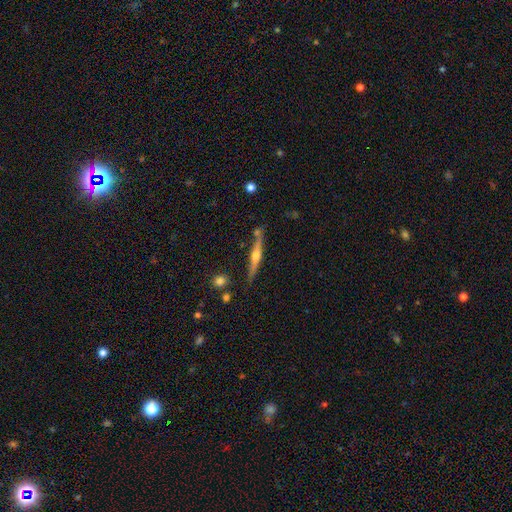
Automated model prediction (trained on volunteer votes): Q: Smooth or featured?
A: featured or disk (72%); runner-up: smooth (22%)
Q: Edge-on disk?
A: yes (97%); runner-up: no (3%)
Q: Edge-on bulge?
A: rounded (91%); runner-up: none (4%)
Q: Merging?
A: none (80%); runner-up: minor disturbance (11%)